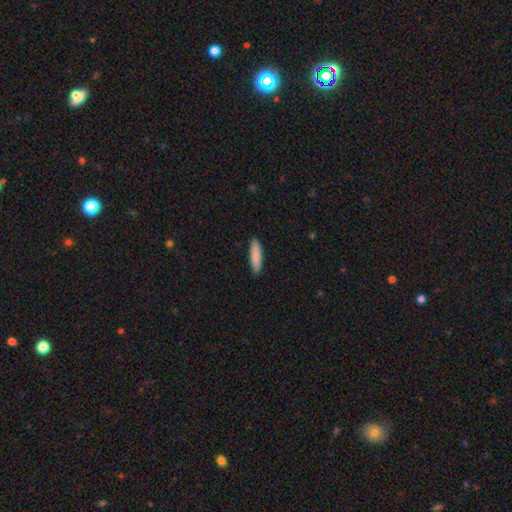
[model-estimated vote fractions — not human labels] Smooth or featured?
  - smooth: 86% *
  - featured or disk: 8%
  - star or artifact: 6%
How rounded?
  - cigar-shaped: 78% *
  - in between: 20%
  - round: 1%
Merging?
  - none: 90% *
  - minor disturbance: 8%
  - major disturbance: 2%
  - merger: 1%